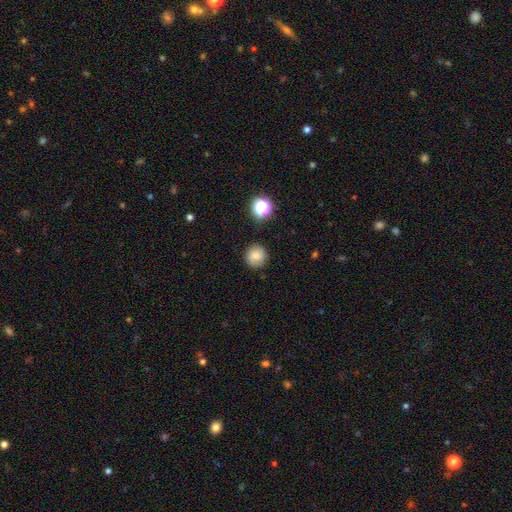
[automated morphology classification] smooth-or-featured: smooth: 77% | star or artifact: 12% | featured or disk: 11%
  how-rounded: round: 91% | in between: 8% | cigar-shaped: 1%
  merging: none: 84% | minor disturbance: 11% | major disturbance: 3% | merger: 2%